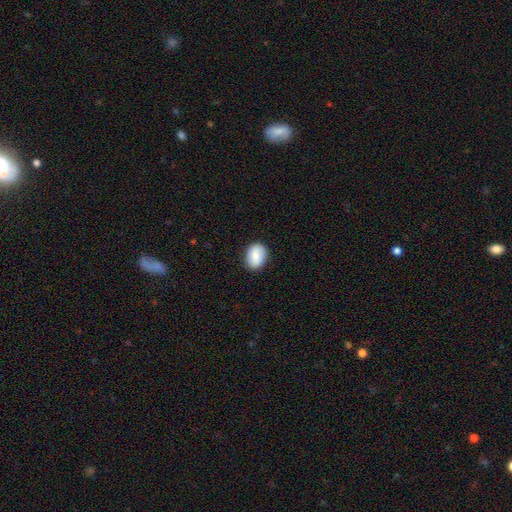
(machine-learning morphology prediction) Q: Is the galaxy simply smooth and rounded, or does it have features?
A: smooth — 82%.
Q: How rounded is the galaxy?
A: in between — 58%.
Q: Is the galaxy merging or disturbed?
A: none — 86%.